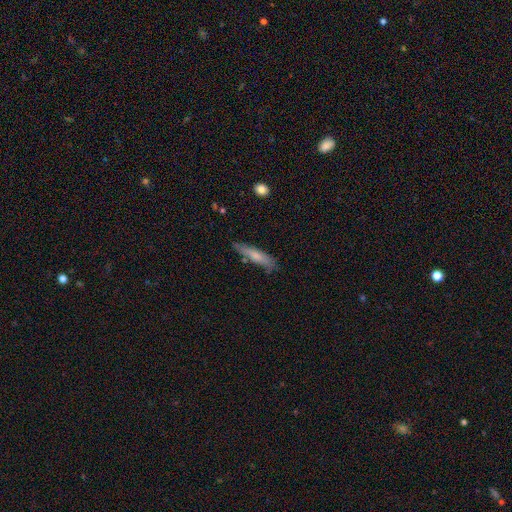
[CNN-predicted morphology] This is likely a smooth galaxy (67%). How rounded: clearly cigar-shaped (82%). Merging: likely none (74%).